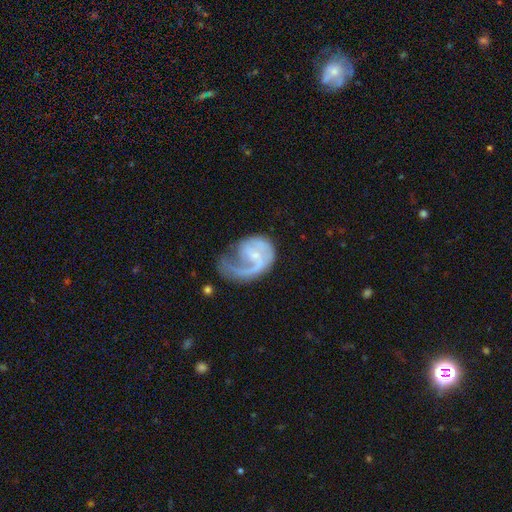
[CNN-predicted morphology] Smooth or featured? Predicted: featured or disk (p=0.79). Edge-on disk? Predicted: no (p=0.98). Bar? Predicted: no (p=0.56). Spiral arms? Predicted: yes (p=0.90). Spiral winding? Predicted: loose (p=0.43). Spiral arm count? Predicted: 1 (p=0.70). Bulge size? Predicted: small (p=0.69). Merging? Predicted: major disturbance (p=0.46).